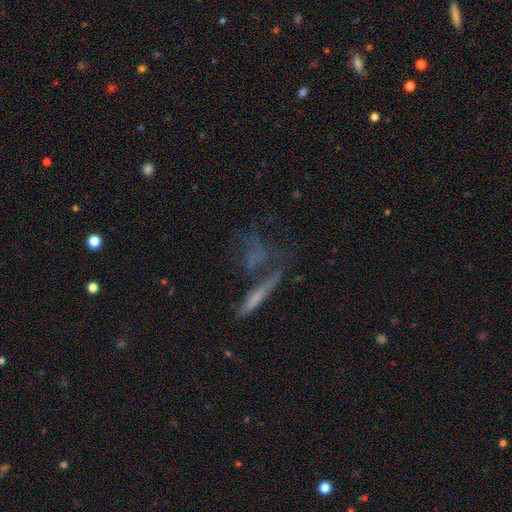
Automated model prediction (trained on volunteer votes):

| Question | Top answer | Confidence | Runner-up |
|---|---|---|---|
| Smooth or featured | featured or disk | 44% | smooth (36%) |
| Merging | none | 41% | merger (28%) |